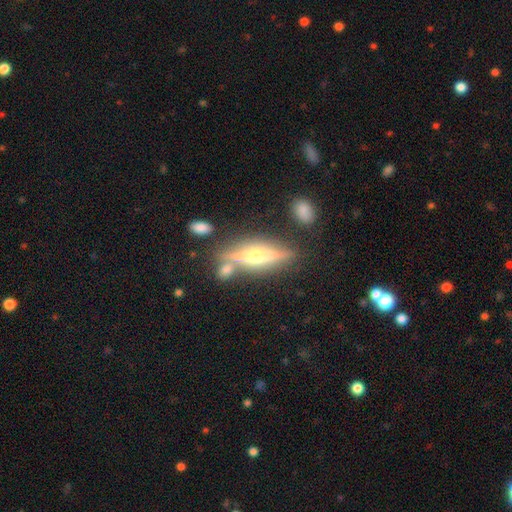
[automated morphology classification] Smooth or featured? featured or disk (73%)
Edge-on disk? yes (94%)
Edge-on bulge? rounded (86%)
Merging? none (72%)